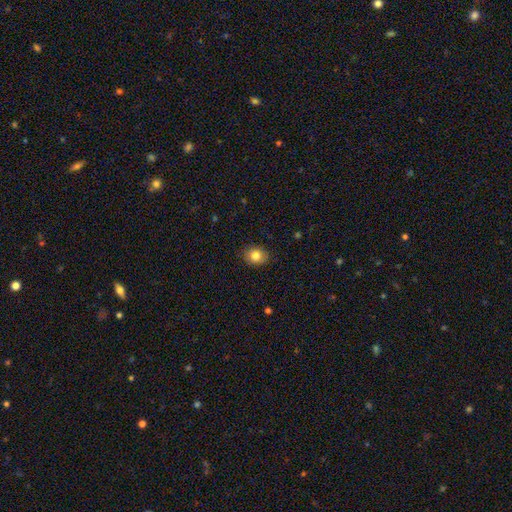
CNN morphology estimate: Smooth or featured: smooth — 84% (star or artifact — 9%)
How rounded: round — 55% (in between — 44%)
Merging: none — 87% (minor disturbance — 10%)